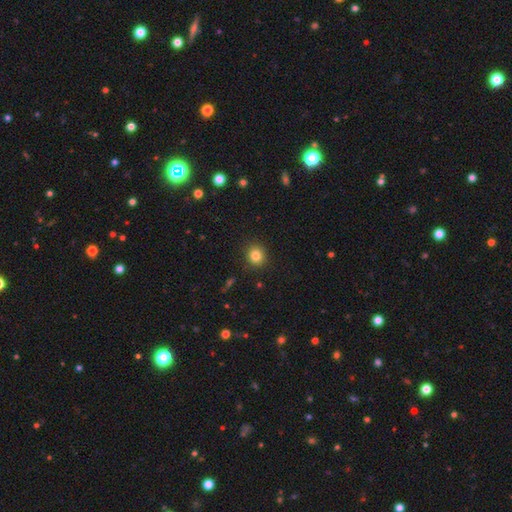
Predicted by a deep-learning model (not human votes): Overall: smooth (83%). How rounded: round (84%). Merging: none (90%).